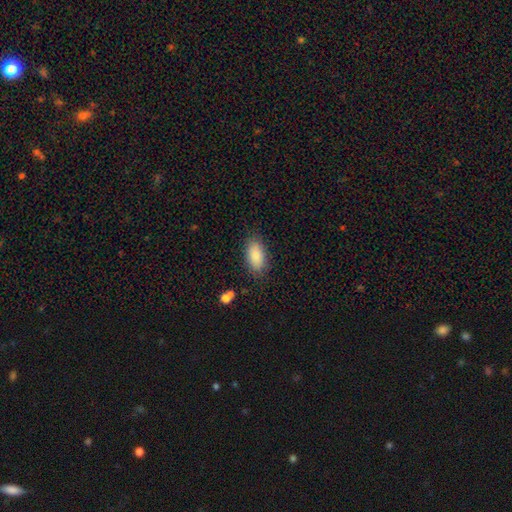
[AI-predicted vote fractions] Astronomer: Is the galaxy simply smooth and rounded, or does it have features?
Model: smooth — 86%.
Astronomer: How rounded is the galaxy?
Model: in between — 92%.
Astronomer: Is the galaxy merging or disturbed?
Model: none — 82%.